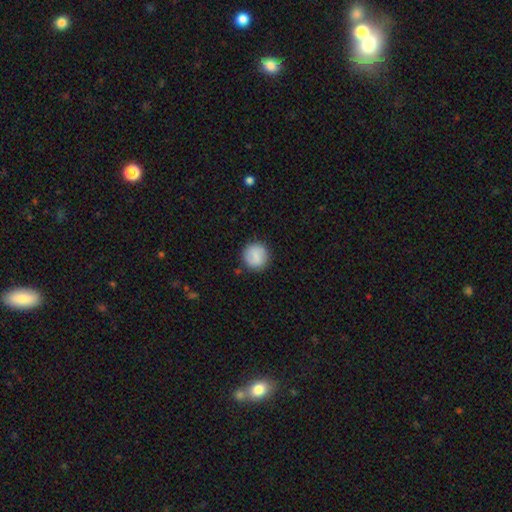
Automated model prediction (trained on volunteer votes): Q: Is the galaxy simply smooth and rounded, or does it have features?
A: smooth — 82%.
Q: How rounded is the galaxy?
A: round — 93%.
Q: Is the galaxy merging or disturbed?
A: none — 88%.